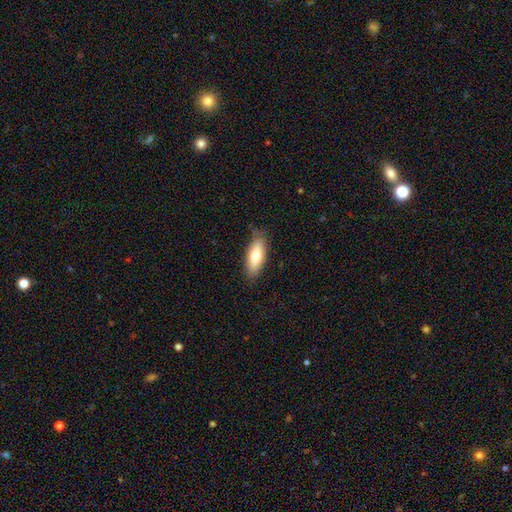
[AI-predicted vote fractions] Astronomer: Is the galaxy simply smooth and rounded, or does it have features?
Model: smooth — 73%.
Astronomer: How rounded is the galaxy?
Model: in between — 72%.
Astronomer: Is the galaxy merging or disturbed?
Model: none — 83%.